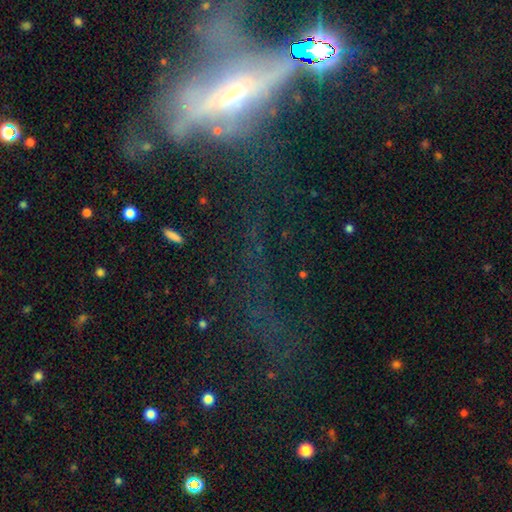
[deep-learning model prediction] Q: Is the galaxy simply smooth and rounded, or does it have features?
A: featured or disk — 44%.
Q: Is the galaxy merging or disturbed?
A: none — 42%.